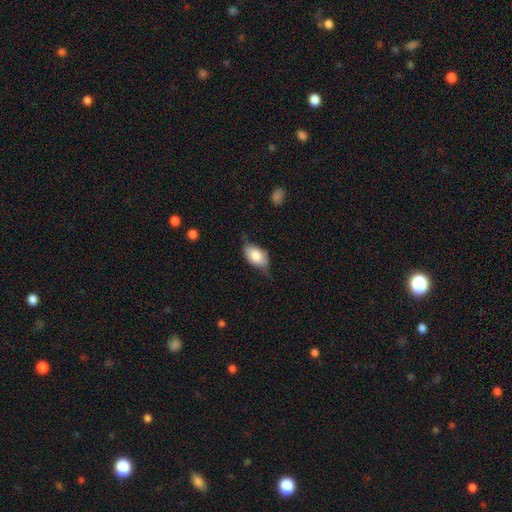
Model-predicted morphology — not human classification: This is likely a smooth galaxy (75%). How rounded: clearly in between (90%). Merging: possibly none (53%).